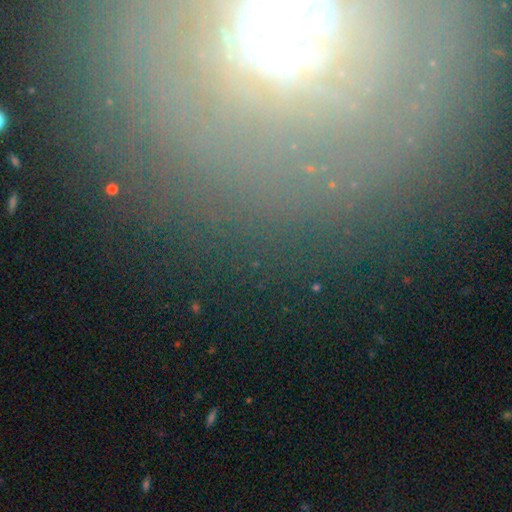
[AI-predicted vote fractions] Smooth or featured?
  - star or artifact: 44% *
  - featured or disk: 36%
  - smooth: 20%